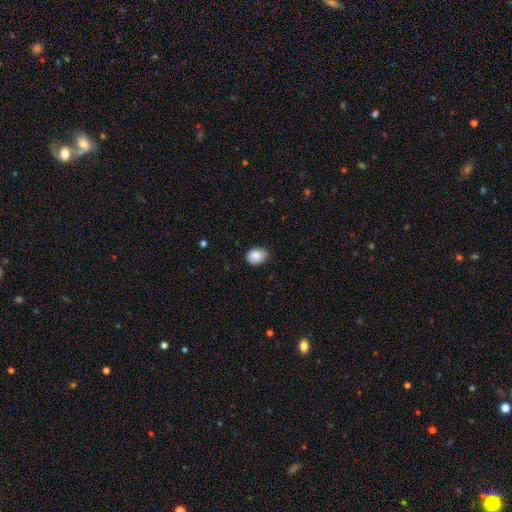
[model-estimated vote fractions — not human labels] Smooth or featured?
  - smooth: 86% *
  - star or artifact: 8%
  - featured or disk: 6%
How rounded?
  - in between: 51% *
  - round: 48%
  - cigar-shaped: 1%
Merging?
  - none: 64% *
  - minor disturbance: 30%
  - major disturbance: 4%
  - merger: 1%